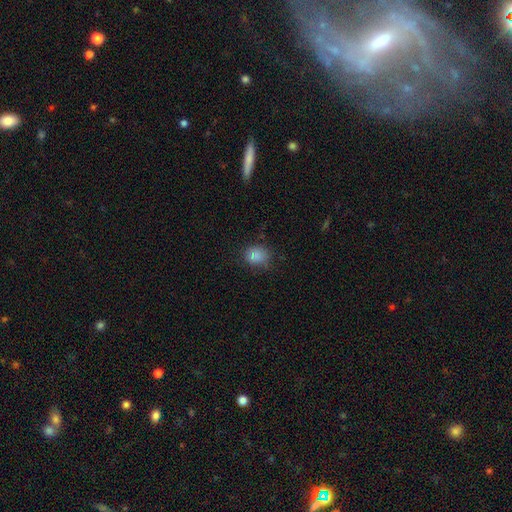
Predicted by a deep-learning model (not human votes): The model was most divided on "how rounded": round: 55%, in between: 44%, cigar-shaped: 1%. More confident: smooth or featured — smooth (82%); merging — none (69%).